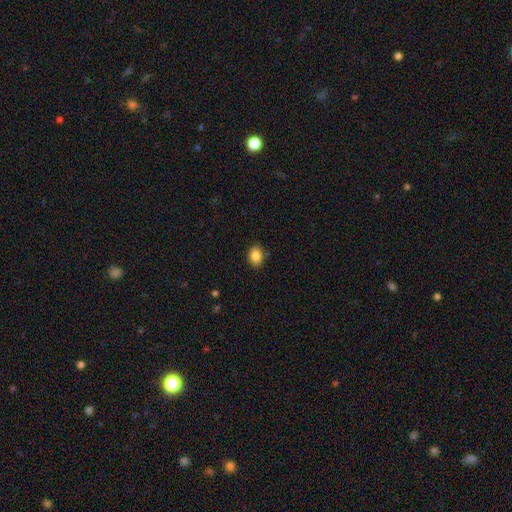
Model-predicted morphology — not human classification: Smooth or featured: smooth — 86% (star or artifact — 9%)
How rounded: in between — 72% (round — 27%)
Merging: none — 86% (minor disturbance — 10%)